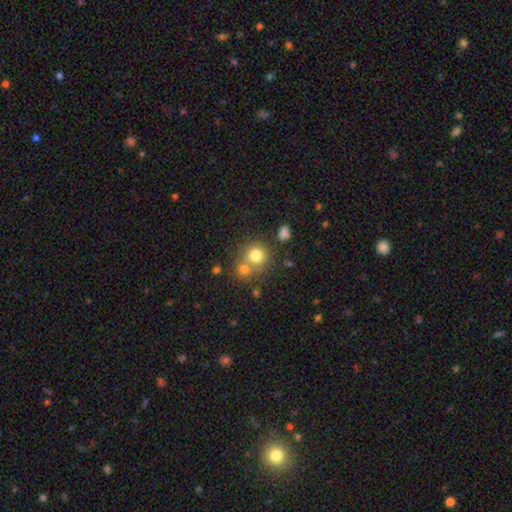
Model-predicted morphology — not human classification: Overall: smooth (76%). How rounded: round (86%). Merging: none (49%; merger 38%).